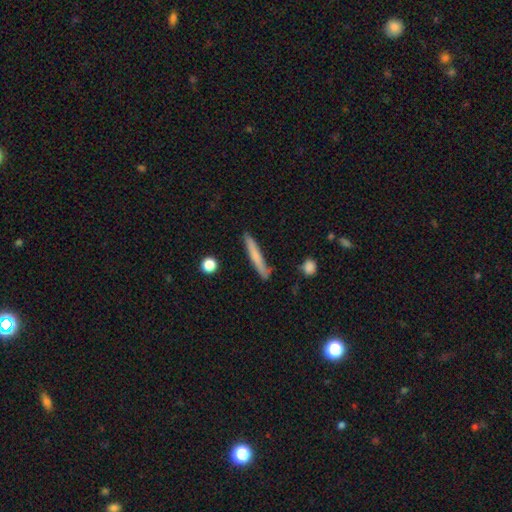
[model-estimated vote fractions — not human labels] The model was most divided on "smooth or featured": smooth: 68%, featured or disk: 26%, star or artifact: 6%. More confident: how rounded — cigar-shaped (95%); merging — none (83%).